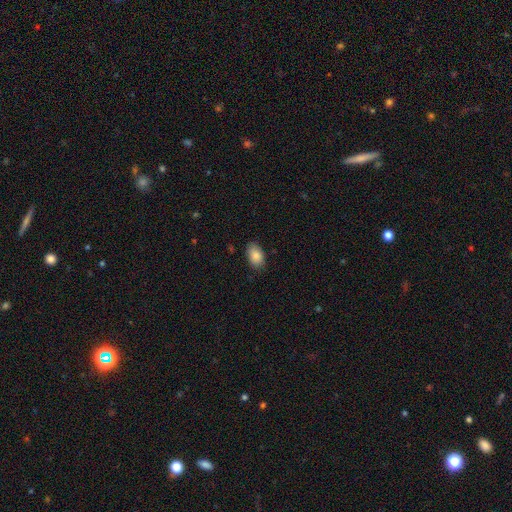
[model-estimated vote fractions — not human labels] This is clearly a smooth galaxy (87%). How rounded: clearly in between (91%). Merging: clearly none (82%).